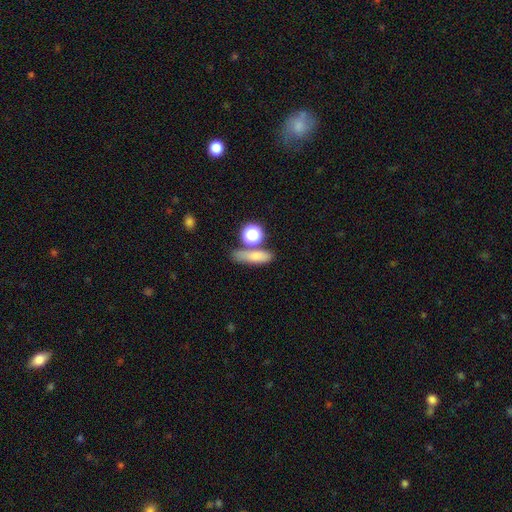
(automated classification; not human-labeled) Smooth or featured: smooth — 72% (featured or disk — 15%)
How rounded: cigar-shaped — 46% (in between — 36%)
Merging: none — 63% (merger — 18%)